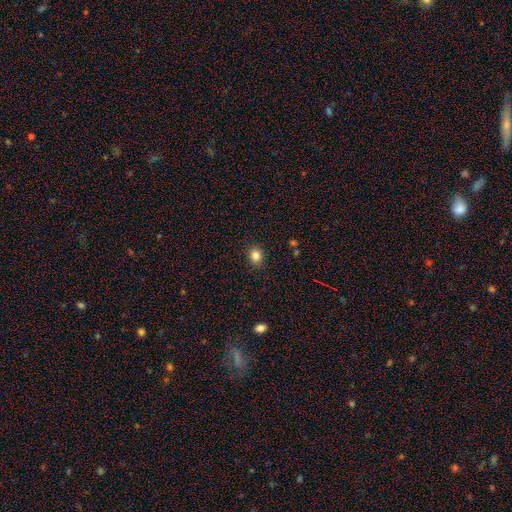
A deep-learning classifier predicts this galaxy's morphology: smooth-or-featured: smooth: 83% | star or artifact: 11% | featured or disk: 6%
  how-rounded: round: 62% | in between: 37% | cigar-shaped: 1%
  merging: none: 88% | minor disturbance: 8% | major disturbance: 2% | merger: 1%